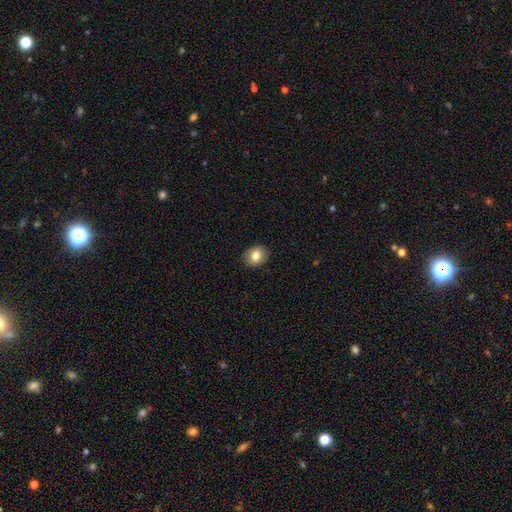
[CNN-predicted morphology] smooth_or_featured: smooth (p=0.82) [alt: star or artifact p=0.09]
how_rounded: round (p=0.58) [alt: in between p=0.41]
merging: none (p=0.90) [alt: minor disturbance p=0.07]